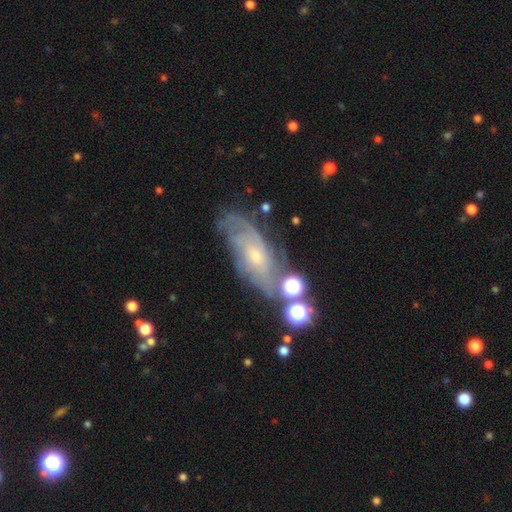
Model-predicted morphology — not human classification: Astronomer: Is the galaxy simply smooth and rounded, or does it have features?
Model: featured or disk — 77%.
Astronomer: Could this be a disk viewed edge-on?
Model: no — 90%.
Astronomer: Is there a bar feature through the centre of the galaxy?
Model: no — 68%.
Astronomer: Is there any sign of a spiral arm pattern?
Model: yes — 91%.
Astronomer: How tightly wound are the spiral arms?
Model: tight — 55% (runner-up: medium, 33%).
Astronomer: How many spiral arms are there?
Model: can't tell — 49%.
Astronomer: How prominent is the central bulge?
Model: small — 71%.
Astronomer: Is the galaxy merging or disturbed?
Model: none — 64%.